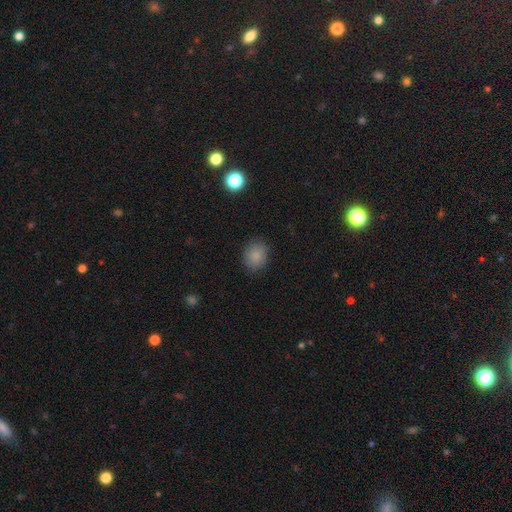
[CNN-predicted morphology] A smooth galaxy with no disk features (85%) that is round (65%). Merging: none (84%).